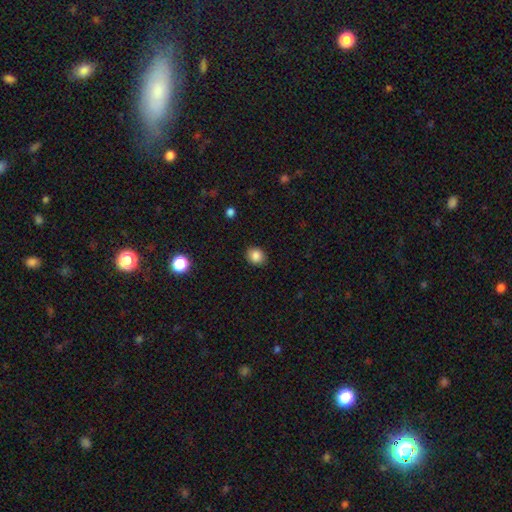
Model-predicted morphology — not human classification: Overall: smooth (86%). How rounded: round (68%; in between 31%). Merging: none (88%).